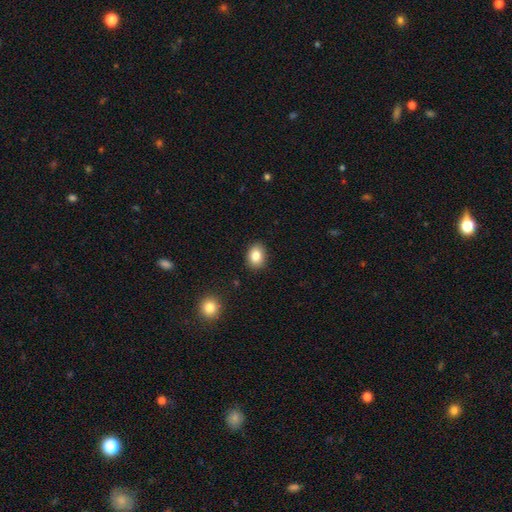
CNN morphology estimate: smooth_or_featured: smooth (p=0.83) [alt: star or artifact p=0.09]
how_rounded: in between (p=0.59) [alt: round p=0.40]
merging: none (p=0.88) [alt: minor disturbance p=0.08]